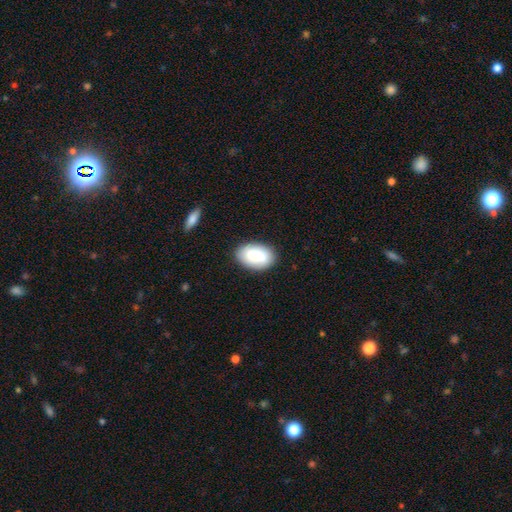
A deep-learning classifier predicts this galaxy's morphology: Smooth or featured? Predicted: smooth (p=0.84). How rounded? Predicted: in between (p=0.91). Merging? Predicted: none (p=0.81).